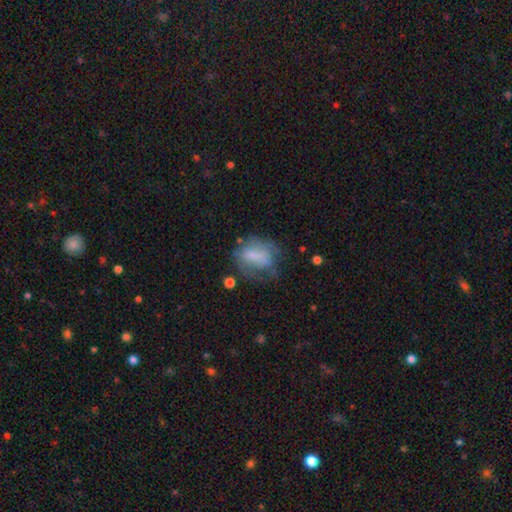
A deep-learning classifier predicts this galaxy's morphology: The model was most divided on "merging": none: 38%, minor disturbance: 29%, major disturbance: 29%, merger: 4%. More confident: how rounded — in between (67%); smooth or featured — smooth (59%).